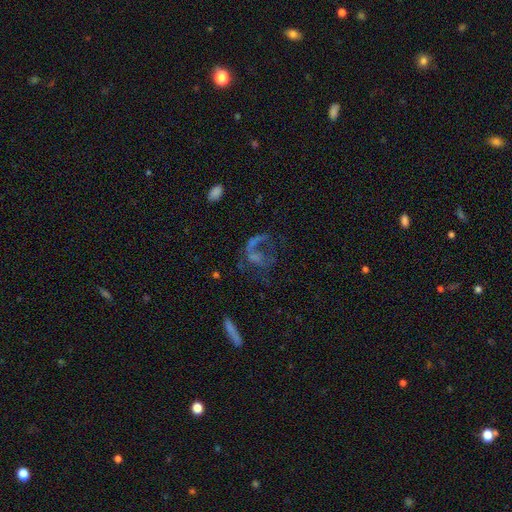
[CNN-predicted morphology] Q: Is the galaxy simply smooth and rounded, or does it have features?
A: featured or disk — 53%.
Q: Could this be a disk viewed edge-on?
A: no — 96%.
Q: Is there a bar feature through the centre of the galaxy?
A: no — 83%.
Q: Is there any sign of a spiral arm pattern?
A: no — 71%.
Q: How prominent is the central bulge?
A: none — 66%.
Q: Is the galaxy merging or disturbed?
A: major disturbance — 46%.